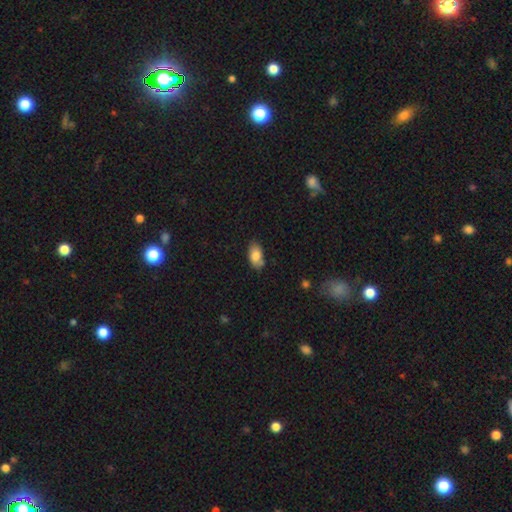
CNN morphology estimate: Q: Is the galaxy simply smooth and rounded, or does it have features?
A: smooth — 81%.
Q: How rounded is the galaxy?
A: in between — 93%.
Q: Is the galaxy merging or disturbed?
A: none — 75%.